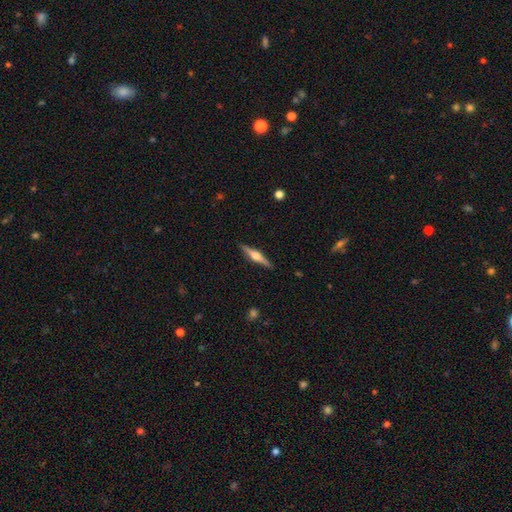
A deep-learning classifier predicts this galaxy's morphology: A featured or disk galaxy (73%) viewed edge-on (98%) with a rounded central bulge (91%). Merging: none (91%).